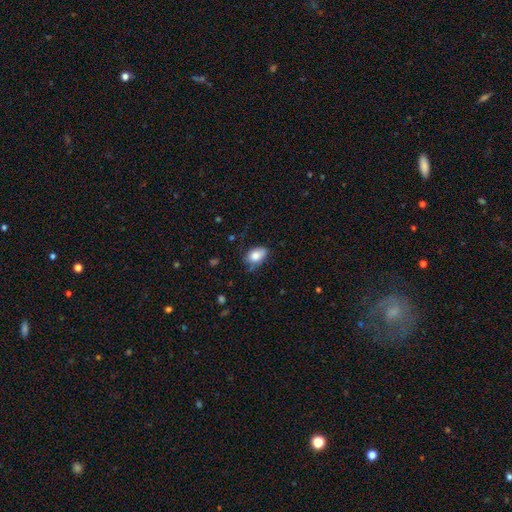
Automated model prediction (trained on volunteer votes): Smooth or featured?
  - smooth: 81% *
  - featured or disk: 11%
  - star or artifact: 8%
How rounded?
  - in between: 85% *
  - round: 13%
  - cigar-shaped: 2%
Merging?
  - none: 57% *
  - minor disturbance: 32%
  - major disturbance: 9%
  - merger: 2%